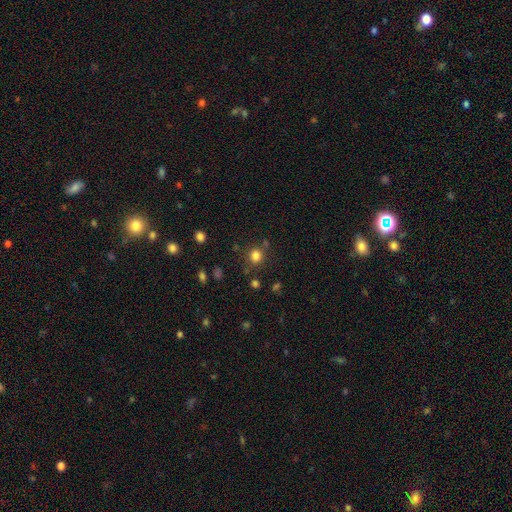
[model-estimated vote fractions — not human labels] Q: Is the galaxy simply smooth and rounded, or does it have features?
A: smooth — 81%.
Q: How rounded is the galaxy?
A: round — 88%.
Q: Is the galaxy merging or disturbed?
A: none — 79%.